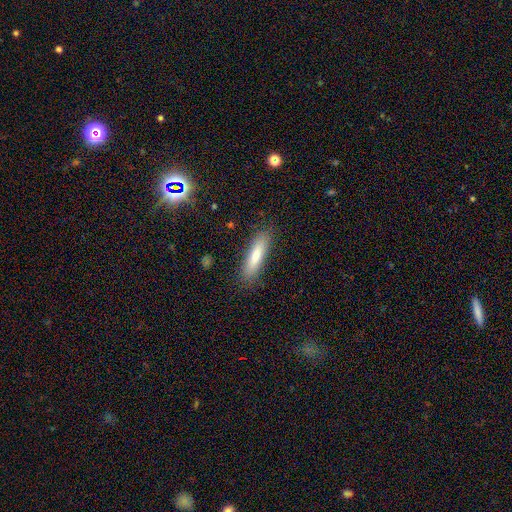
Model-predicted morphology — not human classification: Smooth or featured? Predicted: smooth (p=0.75). How rounded? Predicted: cigar-shaped (p=0.76). Merging? Predicted: none (p=0.87).